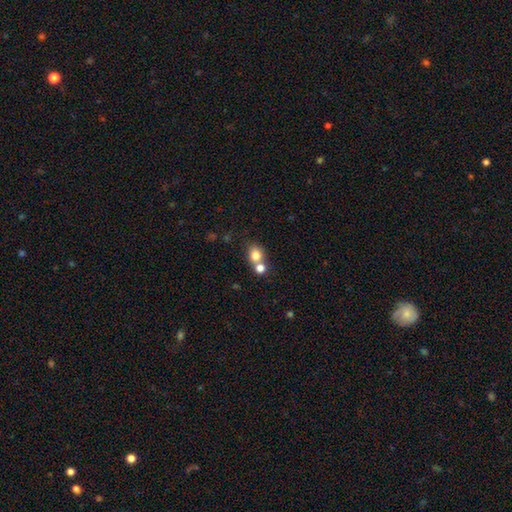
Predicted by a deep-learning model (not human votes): Morphology: type=smooth (79%); roundness=round (68%); merging=none (46%).